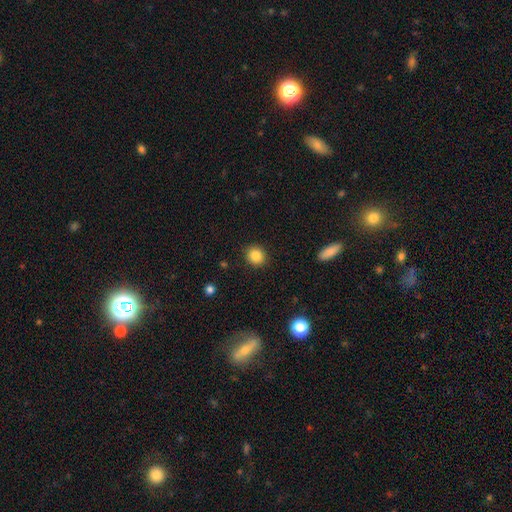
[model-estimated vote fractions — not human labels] Overall: smooth (86%). How rounded: round (84%). Merging: none (91%).